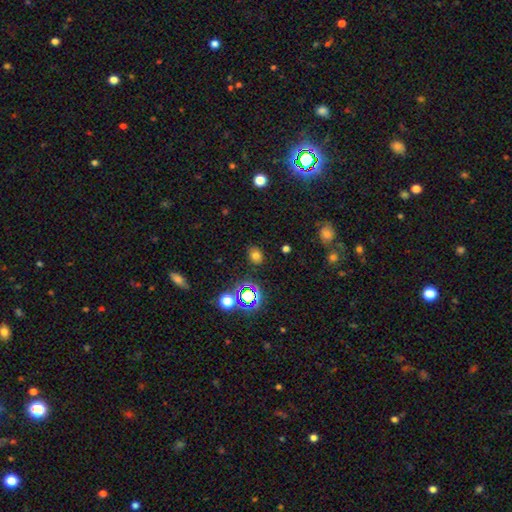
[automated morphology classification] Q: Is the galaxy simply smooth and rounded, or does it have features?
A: smooth — 70%.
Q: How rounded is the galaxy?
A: in between — 57%.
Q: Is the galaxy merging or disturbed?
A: none — 85%.